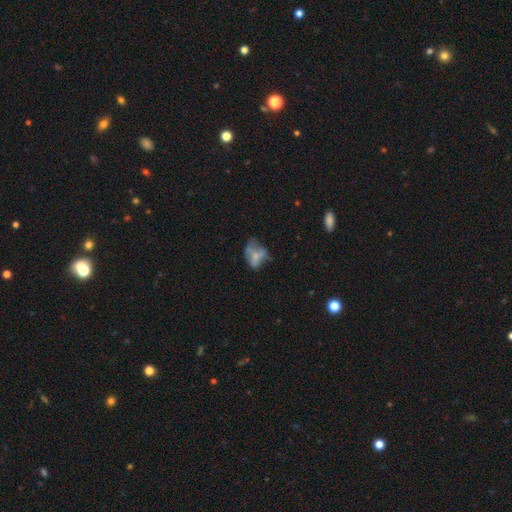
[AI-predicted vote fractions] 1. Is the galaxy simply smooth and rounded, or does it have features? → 51% smooth, 38% featured or disk, 12% star or artifact.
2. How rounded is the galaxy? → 75% in between, 23% round, 2% cigar-shaped.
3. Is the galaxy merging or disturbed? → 34% none, 27% major disturbance, 26% minor disturbance, 13% merger.